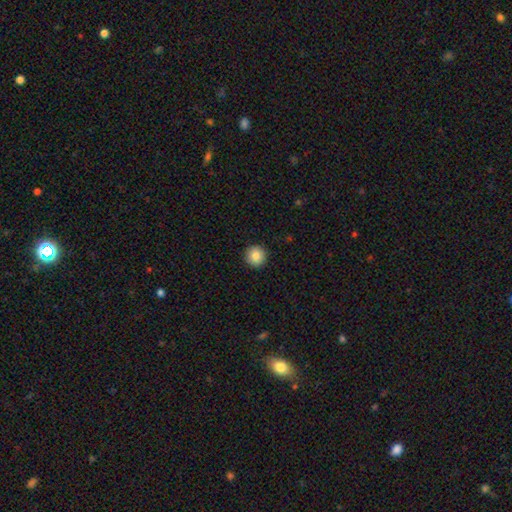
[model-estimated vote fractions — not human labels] The model was most divided on "smooth or featured": smooth: 85%, star or artifact: 9%, featured or disk: 7%. More confident: how rounded — round (95%); merging — none (93%).